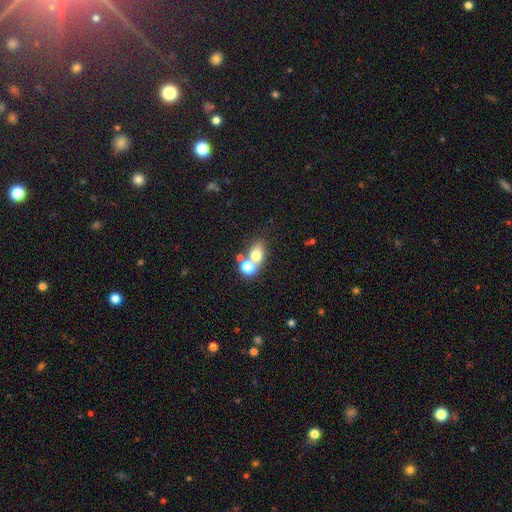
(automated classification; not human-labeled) A smooth galaxy with no disk features (71%) that is in between round and cigar-shaped (52%).

Vote fractions:
- Smooth or featured? smooth: 71% / featured or disk: 16% / star or artifact: 12%
- How rounded? in between: 52% / round: 46% / cigar-shaped: 2%
- Merging? merger: 55% / none: 33% / minor disturbance: 7% / major disturbance: 4%